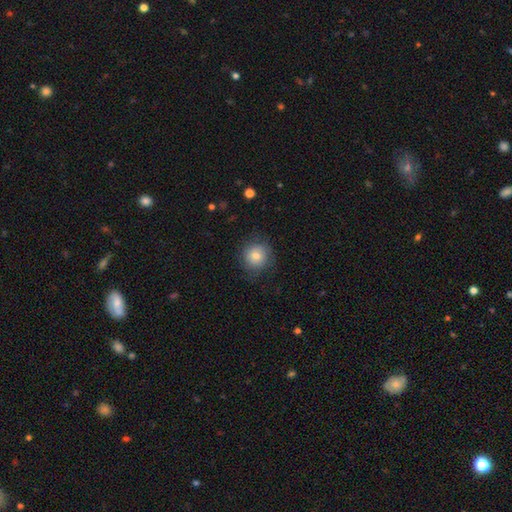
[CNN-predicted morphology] Smooth or featured?
  - smooth: 75% *
  - featured or disk: 15%
  - star or artifact: 10%
How rounded?
  - round: 92% *
  - in between: 7%
  - cigar-shaped: 1%
Merging?
  - none: 79% *
  - minor disturbance: 14%
  - major disturbance: 6%
  - merger: 1%